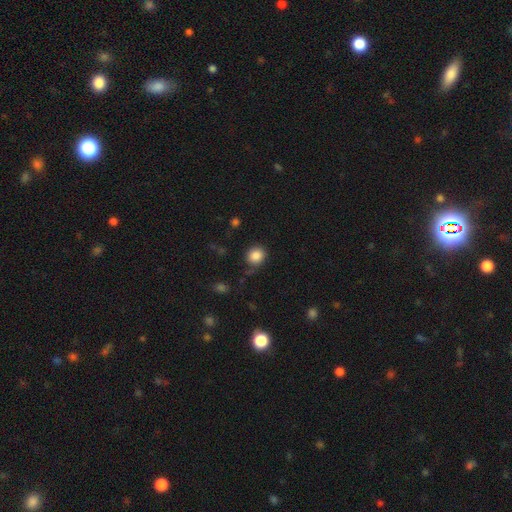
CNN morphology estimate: Smooth or featured? smooth (85%)
How rounded? round (81%)
Merging? none (74%)